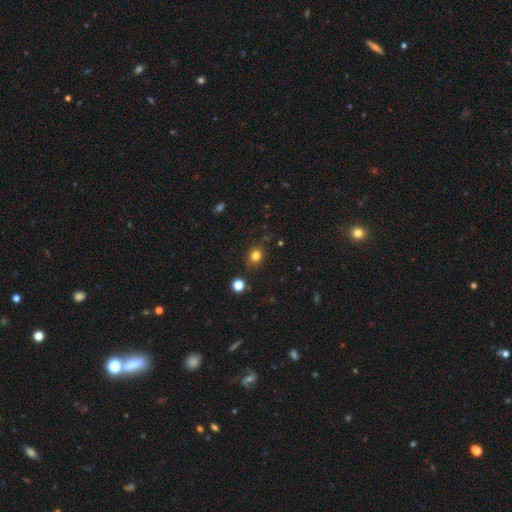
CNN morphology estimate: Smooth or featured? smooth (80%)
How rounded? round (71%)
Merging? none (85%)